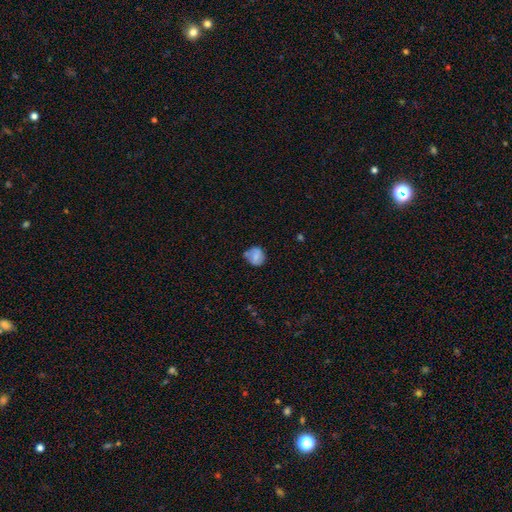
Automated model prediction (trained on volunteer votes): Smooth or featured: smooth — 66% (featured or disk — 25%)
How rounded: round — 77% (in between — 22%)
Merging: none — 60% (minor disturbance — 28%)